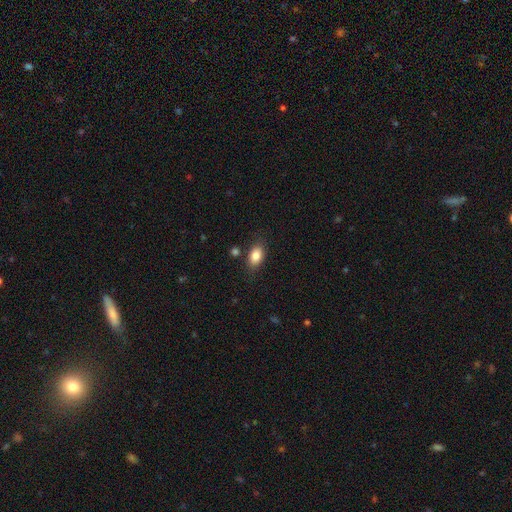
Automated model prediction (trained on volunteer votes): This is clearly a smooth galaxy (85%). How rounded: clearly in between (88%). Merging: clearly none (81%).